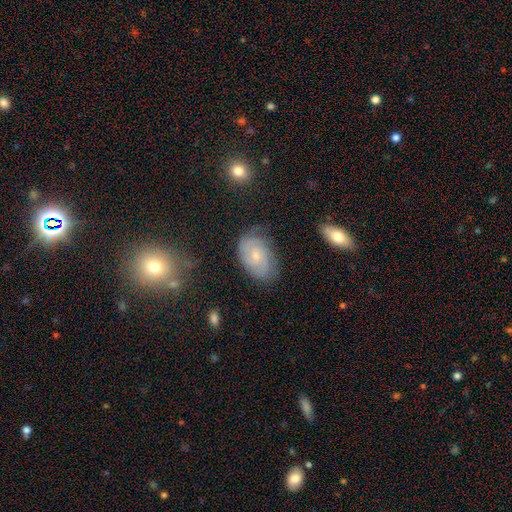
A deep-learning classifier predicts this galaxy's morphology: type=featured or disk (64%); edge-on=no (96%); bar=no (64%); spiral arms=yes (89%); winding=tight (58%); arm count=2 (44%); bulge=small (68%); merging=none (70%).